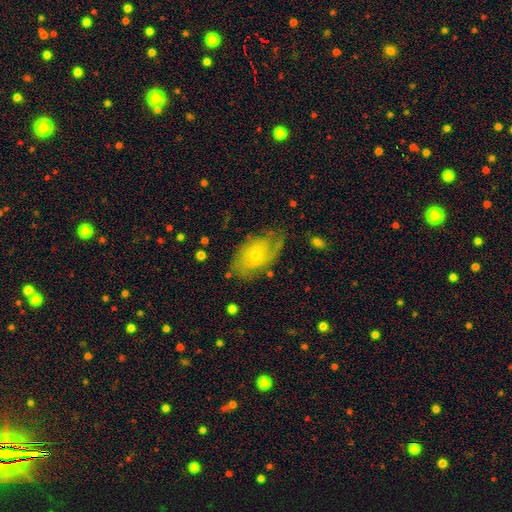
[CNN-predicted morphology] The model was most divided on "bar": no: 55%, weak: 38%, strong: 7%. More confident: edge-on disk — no (95%); spiral arms — yes (81%); bulge size — small (67%); merging — none (64%); smooth or featured — featured or disk (61%).